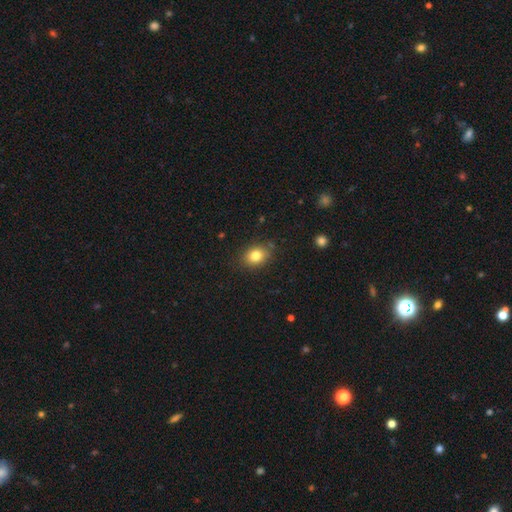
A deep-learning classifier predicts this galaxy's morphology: A smooth galaxy with no disk features (81%) that is in between round and cigar-shaped (55%). Merging: none (83%).